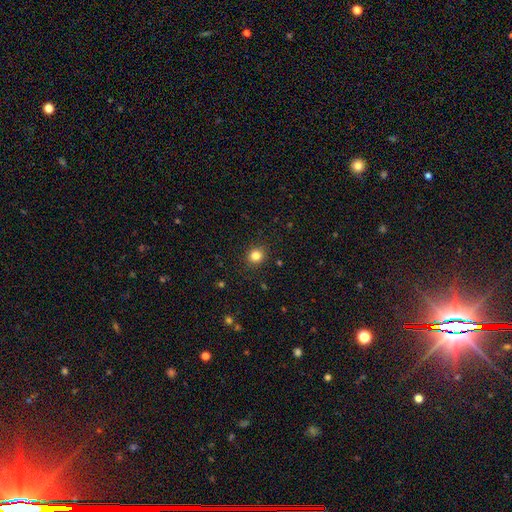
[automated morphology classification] This appears to be a smooth galaxy with no disk features (83%) that is round (82%). Merging: none (90%).